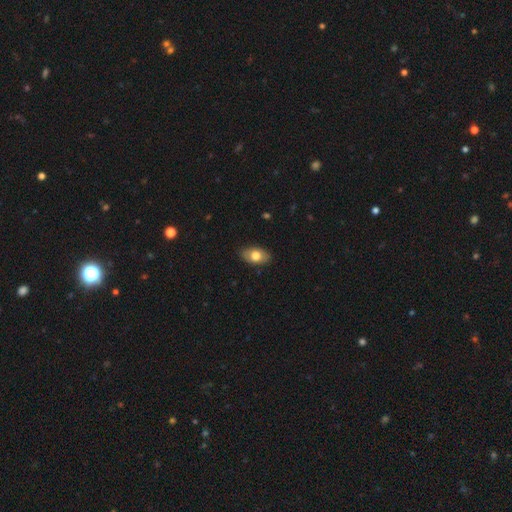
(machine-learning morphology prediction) A smooth galaxy with no disk features (75%) that is in between round and cigar-shaped (91%). Merging: none (86%).